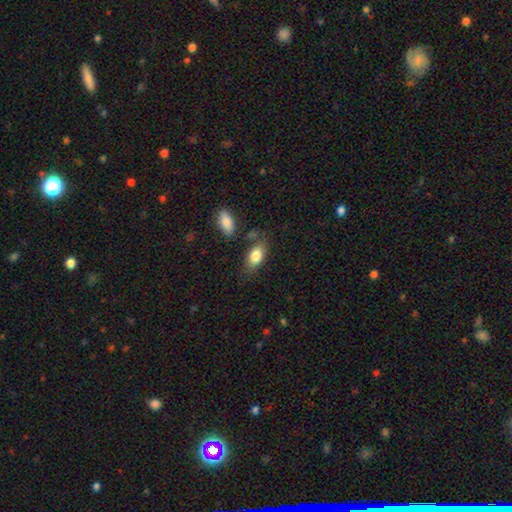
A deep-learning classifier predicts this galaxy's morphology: Smooth or featured? smooth (84%)
How rounded? in between (89%)
Merging? none (71%)